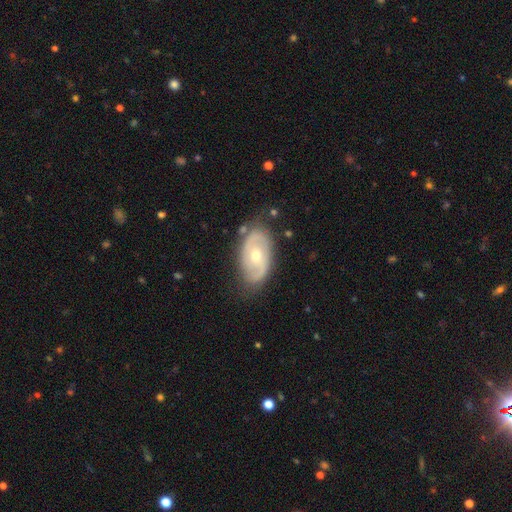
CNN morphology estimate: Smooth or featured?
  - featured or disk: 73% *
  - smooth: 21%
  - star or artifact: 6%
Edge-on disk?
  - no: 94% *
  - yes: 6%
Bar?
  - no: 62% *
  - weak: 30%
  - strong: 8%
Spiral arms?
  - yes: 78% *
  - no: 22%
Spiral winding?
  - tight: 41% * (tied)
  - medium: 41% * (tied)
  - loose: 18%
Spiral arm count?
  - 2: 74% *
  - can't tell: 17%
  - 1: 4%
  - 3: 3%
  - 4: 1%
  - more than 4: 1%
Bulge size?
  - moderate: 57% *
  - small: 40%
  - large: 2%
  - none: 1%
  - dominant: 1%
Merging?
  - none: 76% *
  - minor disturbance: 17%
  - major disturbance: 5%
  - merger: 2%